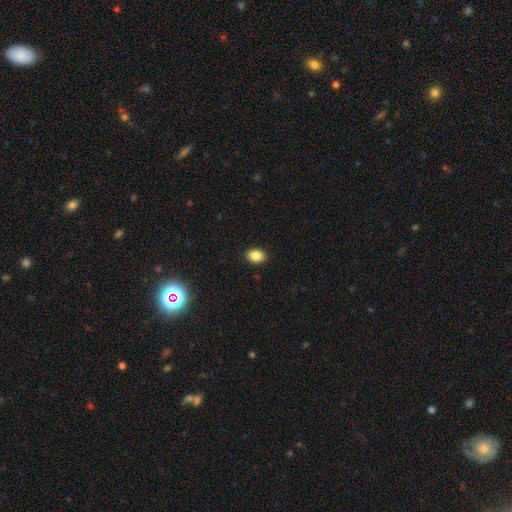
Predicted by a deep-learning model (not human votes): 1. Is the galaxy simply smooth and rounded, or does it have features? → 86% smooth, 9% star or artifact, 5% featured or disk.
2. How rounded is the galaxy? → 79% in between, 20% round, 1% cigar-shaped.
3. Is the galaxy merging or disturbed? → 90% none, 7% minor disturbance, 2% major disturbance, 1% merger.